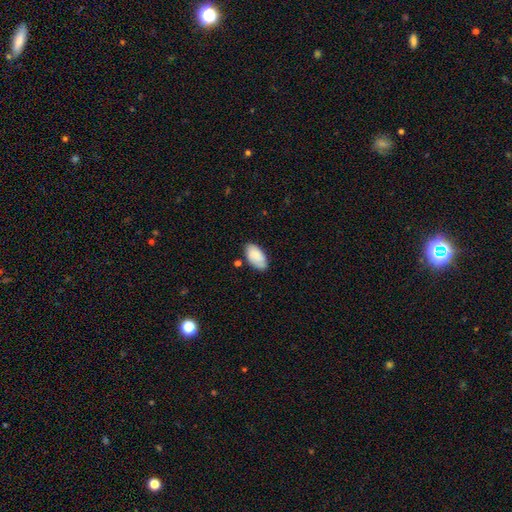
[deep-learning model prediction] smooth 81%, featured or disk 12%, star or artifact 7%. Down the decision tree: how rounded — in between (95%); merging — none (74%).